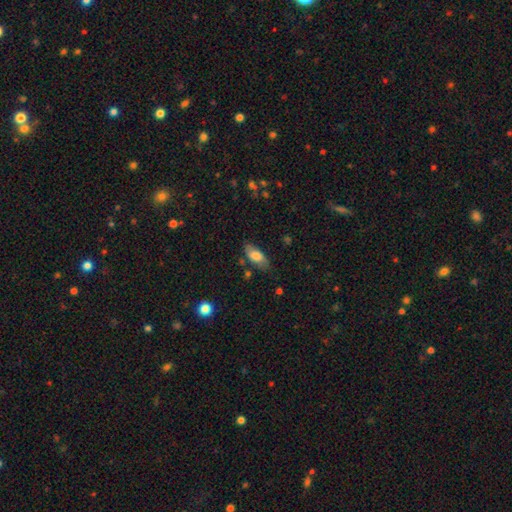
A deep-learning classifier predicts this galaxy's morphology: This appears to be a smooth galaxy with no disk features (74%) that is in between round and cigar-shaped (84%). Merging: none (75%).